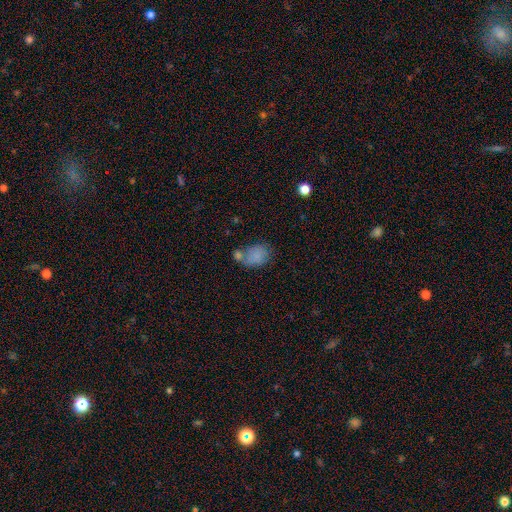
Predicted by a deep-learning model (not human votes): This appears to be a smooth galaxy with no disk features (80%) that is in between round and cigar-shaped (70%). Merging: none (38%).